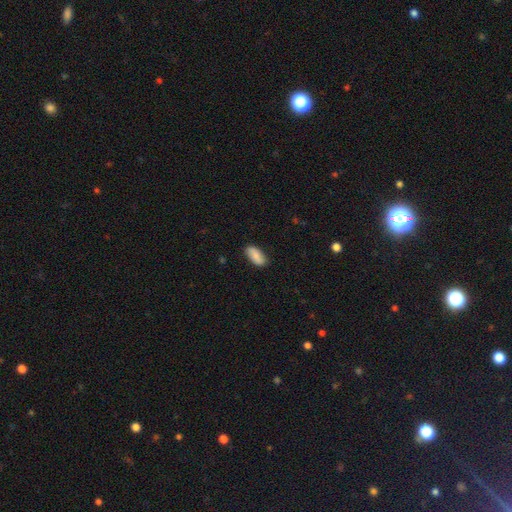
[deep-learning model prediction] Smooth or featured? Predicted: smooth (p=0.82). How rounded? Predicted: in between (p=0.89). Merging? Predicted: none (p=0.83).